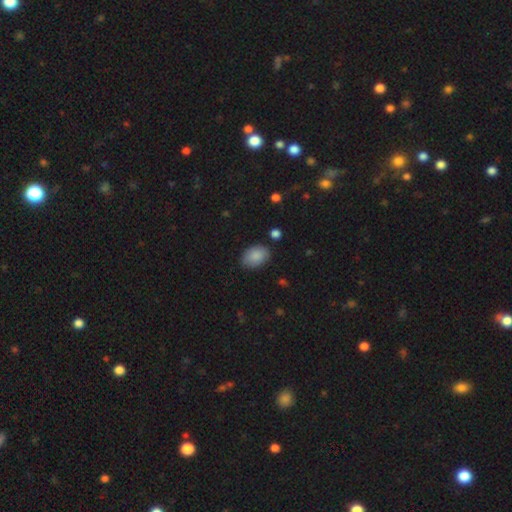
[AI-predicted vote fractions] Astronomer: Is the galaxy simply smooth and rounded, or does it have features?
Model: smooth — 87%.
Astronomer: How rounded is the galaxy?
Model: in between — 83%.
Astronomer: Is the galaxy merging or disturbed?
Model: none — 83%.